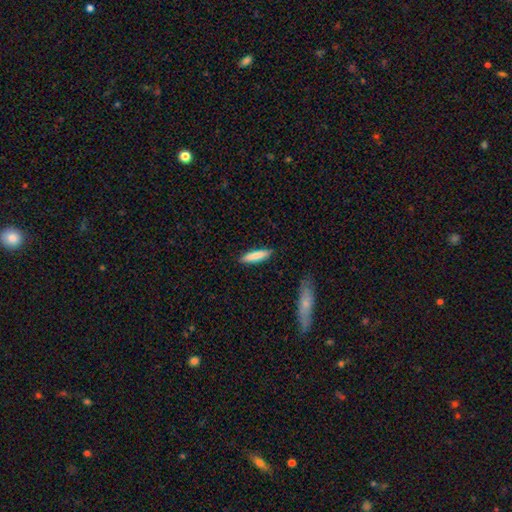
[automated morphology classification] Smooth or featured?
  - smooth: 82% *
  - featured or disk: 12%
  - star or artifact: 6%
How rounded?
  - cigar-shaped: 75% *
  - in between: 23%
  - round: 1%
Merging?
  - none: 87% *
  - minor disturbance: 9%
  - major disturbance: 2%
  - merger: 2%